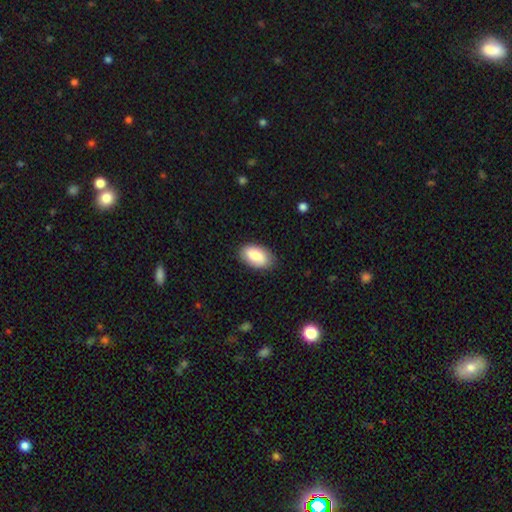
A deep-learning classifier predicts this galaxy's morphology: A smooth galaxy with no disk features (84%) that is in between round and cigar-shaped (94%).

Vote fractions:
- Smooth or featured? smooth: 84% / featured or disk: 10% / star or artifact: 6%
- How rounded? in between: 94% / round: 4% / cigar-shaped: 2%
- Merging? none: 85% / minor disturbance: 11% / major disturbance: 2% / merger: 1%